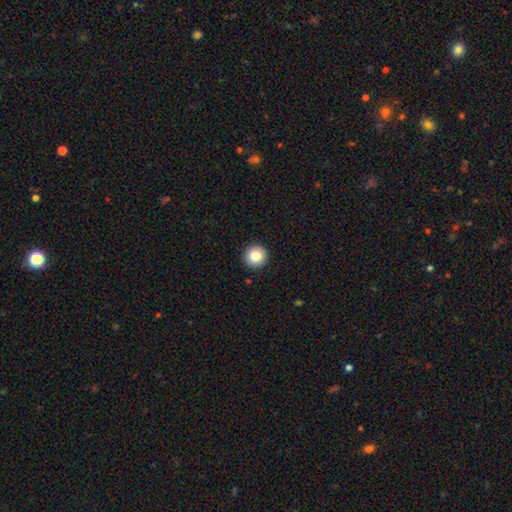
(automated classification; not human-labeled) The model was most divided on "smooth or featured": smooth: 83%, star or artifact: 9%, featured or disk: 8%. More confident: how rounded — round (96%); merging — none (93%).